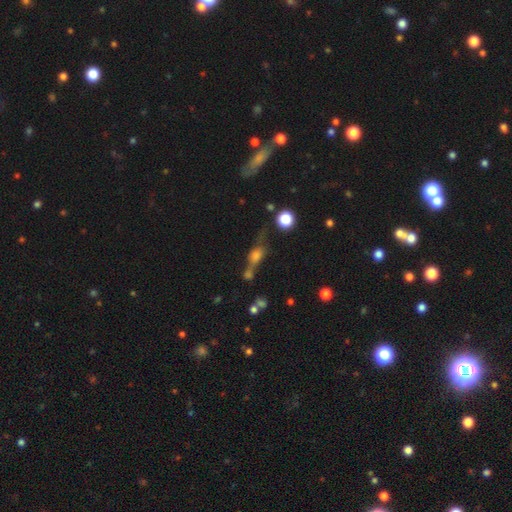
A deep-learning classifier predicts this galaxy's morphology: smooth-or-featured: smooth: 53% | featured or disk: 27% | star or artifact: 19%
  how-rounded: in between: 49% | round: 30% | cigar-shaped: 22%
  merging: none: 37% | merger: 32% | minor disturbance: 16% | major disturbance: 15%